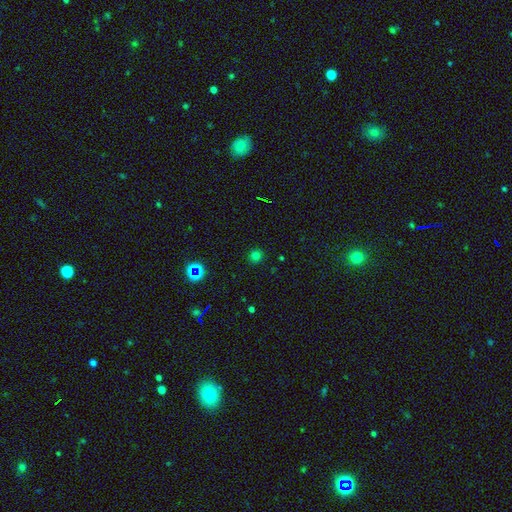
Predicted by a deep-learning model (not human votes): smooth_or_featured: smooth (p=0.72) [alt: star or artifact p=0.23]
how_rounded: round (p=0.92) [alt: in between p=0.07]
merging: none (p=0.89) [alt: minor disturbance p=0.07]